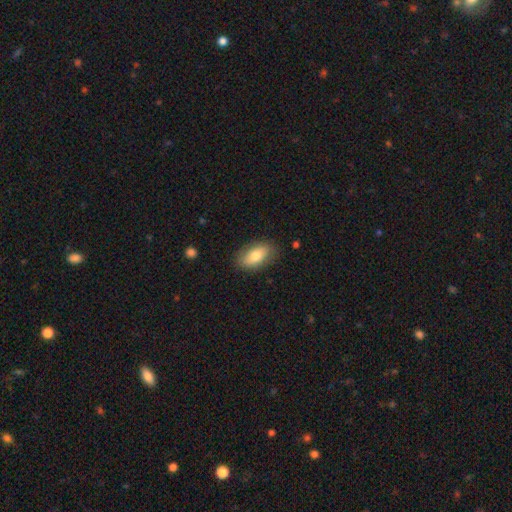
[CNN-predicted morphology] Q: Smooth or featured?
A: smooth (74%); runner-up: featured or disk (19%)
Q: How rounded?
A: in between (89%); runner-up: cigar-shaped (6%)
Q: Merging?
A: none (83%); runner-up: minor disturbance (13%)